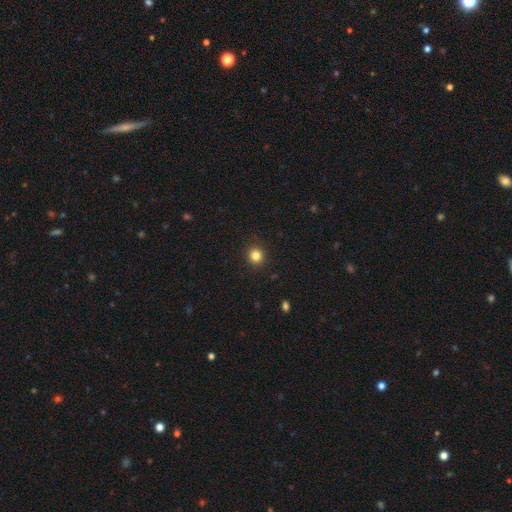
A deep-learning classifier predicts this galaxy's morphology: type=smooth (83%); roundness=round (92%); merging=none (92%).